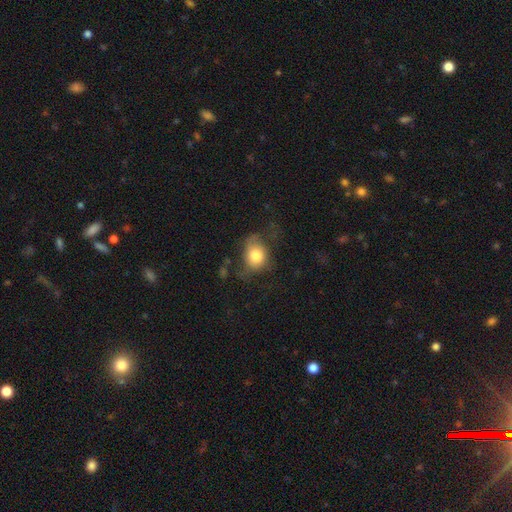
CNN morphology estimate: This appears to be a smooth galaxy with no disk features (75%) that is round (50%). Merging: none (43%).